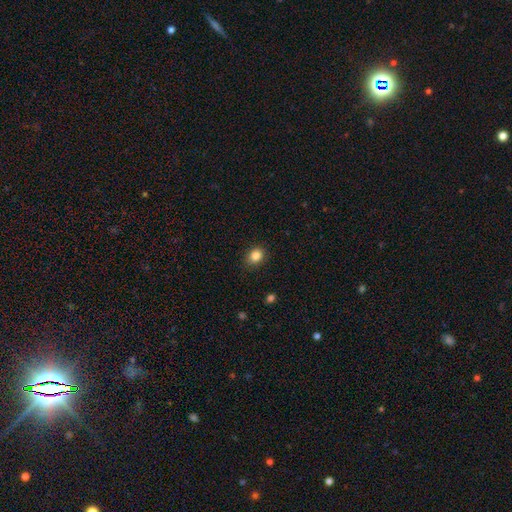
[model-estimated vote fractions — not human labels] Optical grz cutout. It shows a smooth galaxy with no disk features (85%) that is in between round and cigar-shaped (51%). Merging: none (87%).